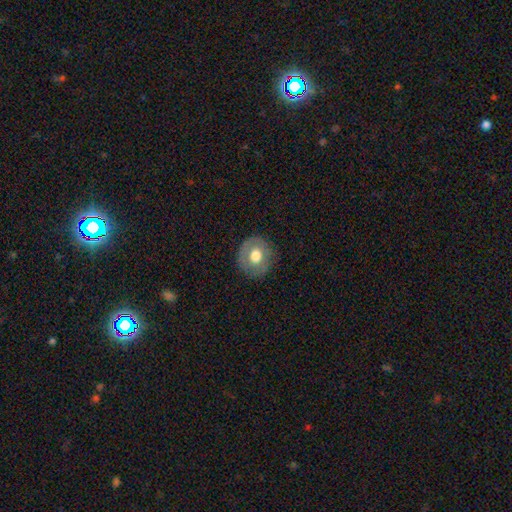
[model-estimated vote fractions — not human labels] smooth-or-featured: smooth: 64% | featured or disk: 28% | star or artifact: 8%
  how-rounded: round: 83% | in between: 16% | cigar-shaped: 1%
  merging: none: 83% | minor disturbance: 12% | major disturbance: 4% | merger: 1%